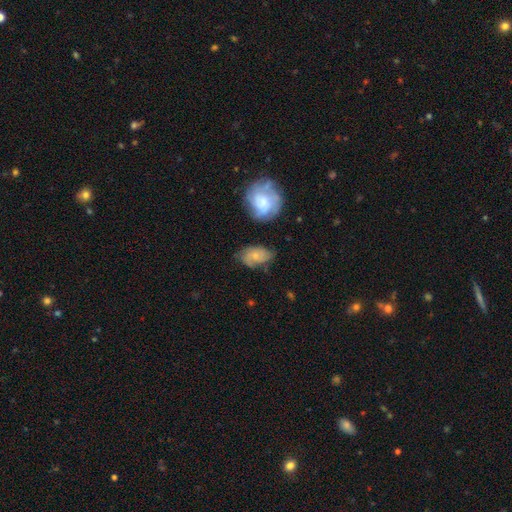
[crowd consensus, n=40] Smooth or featured?
  - featured or disk: 52% *
  - smooth: 42%
  - star or artifact: 5%
Edge-on disk?
  - no: 100% *
  - yes: 0%
Bar?
  - no: 86% *
  - weak: 10%
  - strong: 5%
Spiral arms?
  - yes: 86% *
  - no: 14%
Spiral winding?
  - tight: 44% *
  - medium: 39%
  - loose: 17%
Spiral arm count?
  - can't tell: 61% *
  - 2: 22%
  - 3: 17%
  - 1: 0%
  - 4: 0%
  - more than 4: 0%
Bulge size?
  - small: 71% *
  - moderate: 24%
  - dominant: 5%
  - large: 0%
  - none: 0%
Merging?
  - none: 68% *
  - minor disturbance: 18%
  - major disturbance: 8%
  - merger: 5%